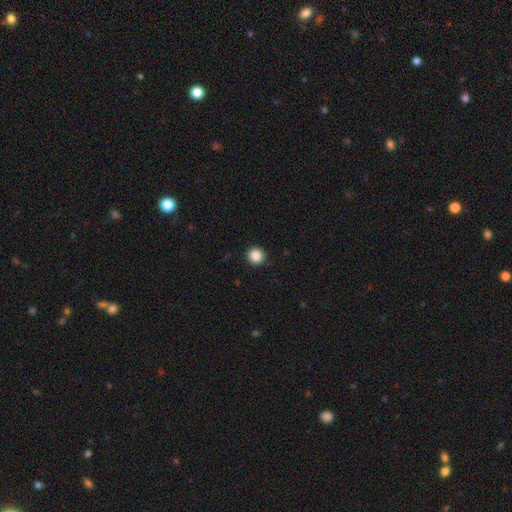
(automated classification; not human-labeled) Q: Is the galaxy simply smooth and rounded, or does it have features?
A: smooth — 87%.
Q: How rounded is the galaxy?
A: round — 95%.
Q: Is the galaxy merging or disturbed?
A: none — 92%.